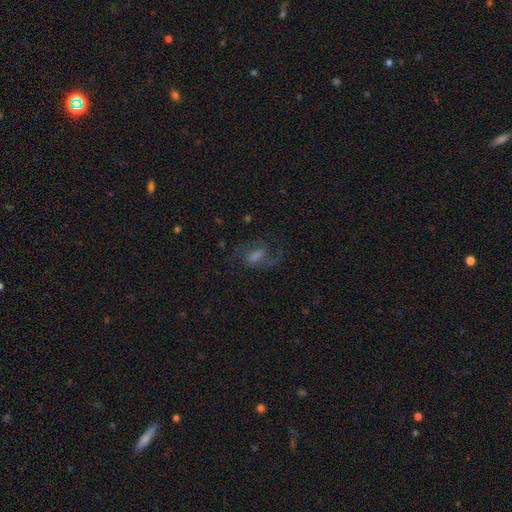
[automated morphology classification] Smooth or featured: featured or disk — 59% (smooth — 22%)
Edge-on disk: no — 95% (yes — 5%)
Bar: weak — 50% (no — 29%)
Spiral arms: yes — 87% (no — 13%)
Bulge size: moderate — 31% (none — 27%)
Merging: none — 64% (major disturbance — 18%)